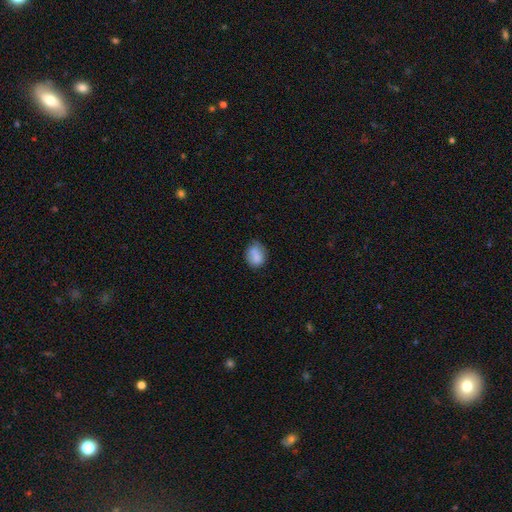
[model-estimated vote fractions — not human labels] Overall: smooth (78%). How rounded: round (50%; in between 49%). Merging: none (57%; minor disturbance 27%).